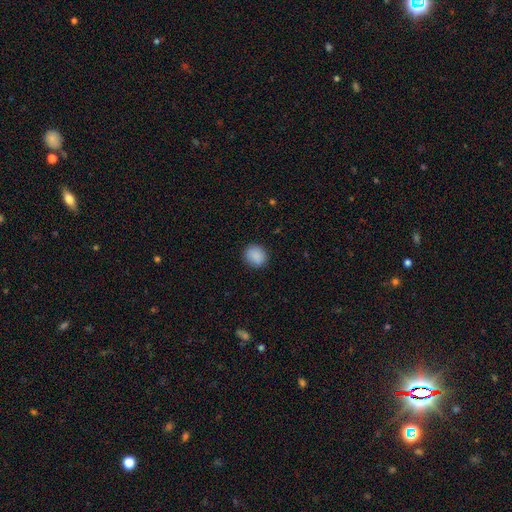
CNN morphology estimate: The model was most divided on "how rounded": round: 80%, in between: 19%, cigar-shaped: 1%. More confident: smooth or featured — smooth (88%); merging — none (87%).